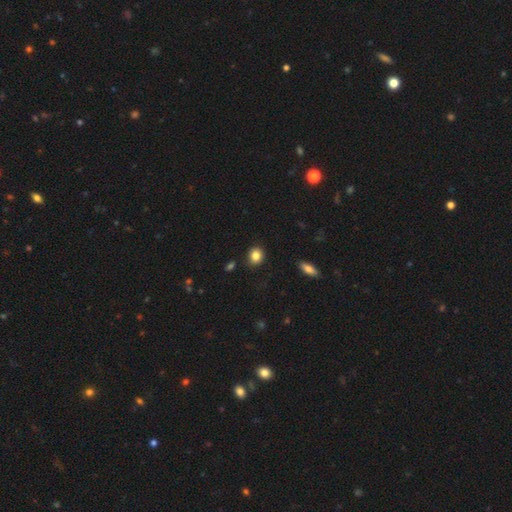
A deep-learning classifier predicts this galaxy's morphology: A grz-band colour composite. It shows a smooth galaxy with no disk features (84%) that is round (70%). Merging: none (88%).